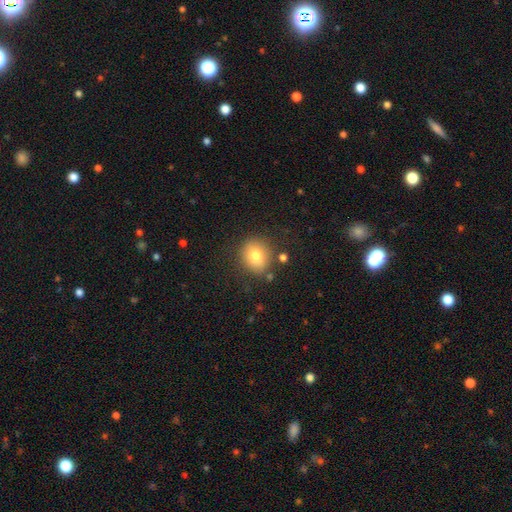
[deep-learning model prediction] A smooth galaxy with no disk features (77%) that is round (73%). Merging: none (81%).